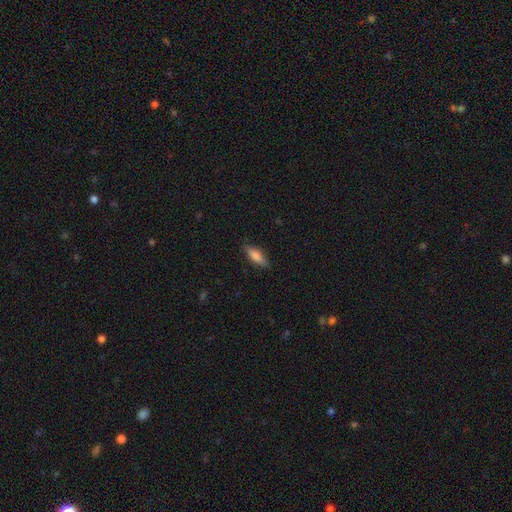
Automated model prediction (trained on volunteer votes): This is likely a smooth galaxy (76%). How rounded: likely in between (61%). Merging: clearly none (82%).